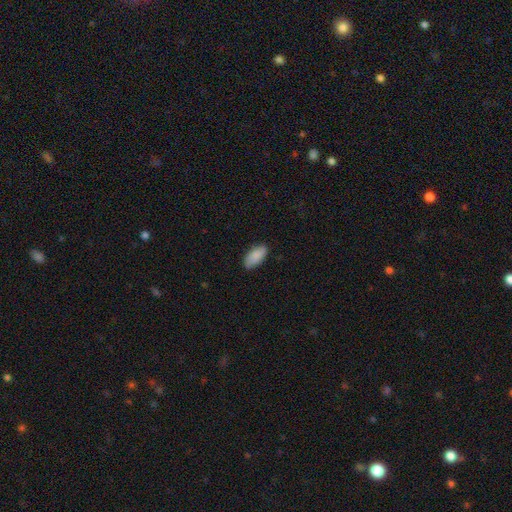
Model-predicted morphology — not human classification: The model was most divided on "merging": none: 84%, minor disturbance: 13%, major disturbance: 2%, merger: 1%. More confident: how rounded — in between (91%); smooth or featured — smooth (88%).